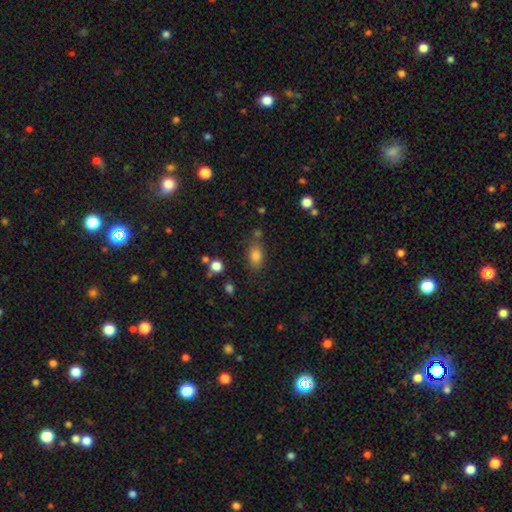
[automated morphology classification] smooth_or_featured: smooth (p=0.81) [alt: star or artifact p=0.11]
how_rounded: in between (p=0.83) [alt: round p=0.13]
merging: none (p=0.67) [alt: minor disturbance p=0.18]